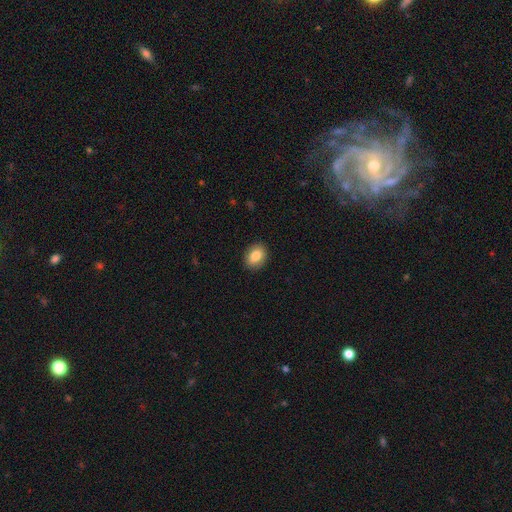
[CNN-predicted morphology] Smooth or featured? Predicted: smooth (p=0.86). How rounded? Predicted: in between (p=0.74). Merging? Predicted: none (p=0.89).